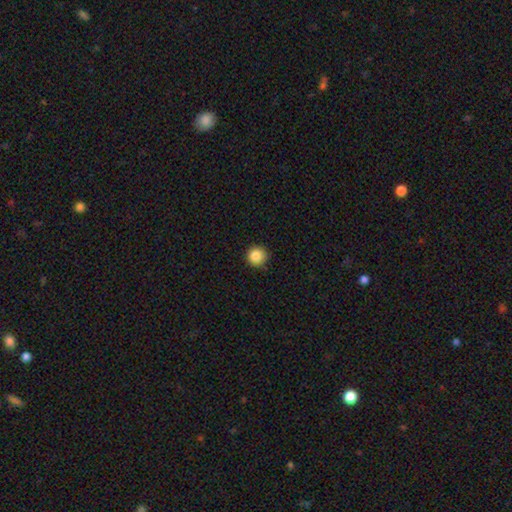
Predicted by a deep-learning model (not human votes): This appears to be a smooth galaxy with no disk features (85%) that is round (95%). Merging: none (88%).